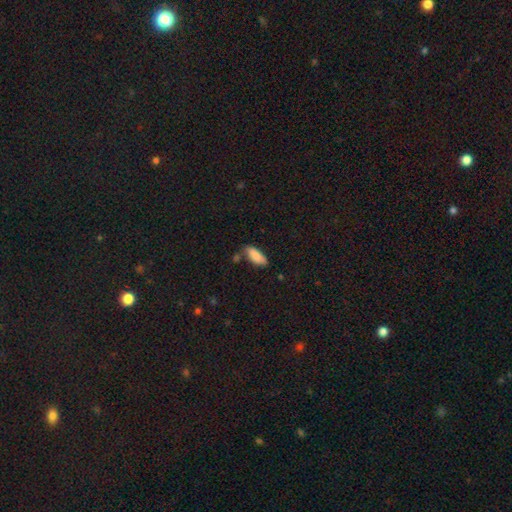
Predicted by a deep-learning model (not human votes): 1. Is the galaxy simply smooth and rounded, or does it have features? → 86% smooth, 7% featured or disk, 7% star or artifact.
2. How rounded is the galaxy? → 77% in between, 21% cigar-shaped, 2% round.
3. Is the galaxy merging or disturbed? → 68% none, 20% minor disturbance, 8% merger, 4% major disturbance.